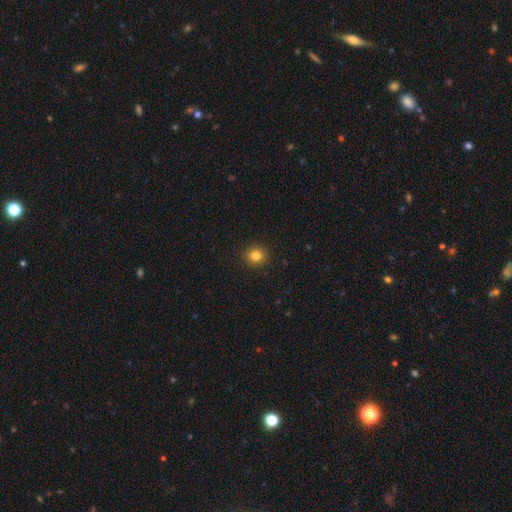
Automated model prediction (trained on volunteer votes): Morphology: type=smooth (83%); roundness=round (84%); merging=none (92%).